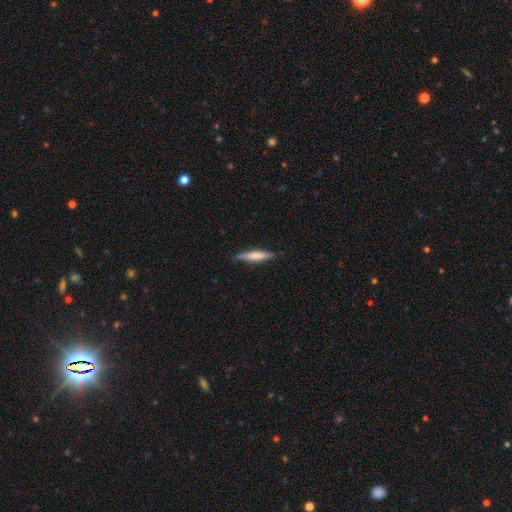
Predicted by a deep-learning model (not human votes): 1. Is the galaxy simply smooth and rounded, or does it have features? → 64% smooth, 31% featured or disk, 6% star or artifact.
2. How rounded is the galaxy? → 88% cigar-shaped, 11% in between, 1% round.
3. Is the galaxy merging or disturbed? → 84% none, 13% minor disturbance, 2% major disturbance, 1% merger.